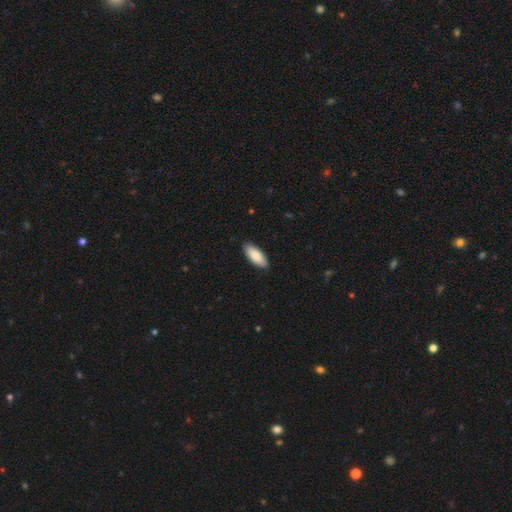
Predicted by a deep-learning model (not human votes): smooth-or-featured: smooth: 85% | featured or disk: 10% | star or artifact: 5%
  how-rounded: in between: 84% | cigar-shaped: 14% | round: 2%
  merging: none: 88% | minor disturbance: 9% | major disturbance: 2% | merger: 1%